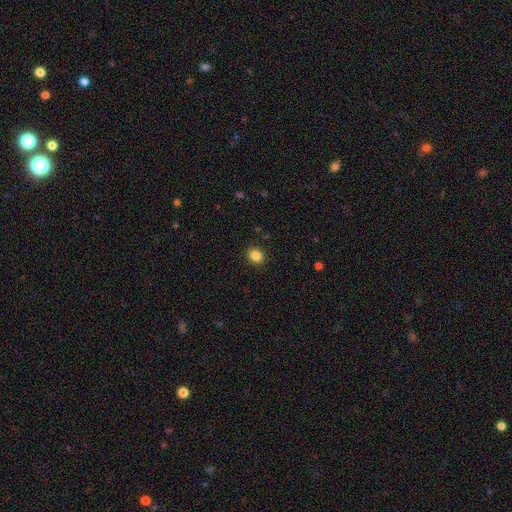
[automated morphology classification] Smooth or featured? smooth (85%)
How rounded? round (74%)
Merging? none (90%)